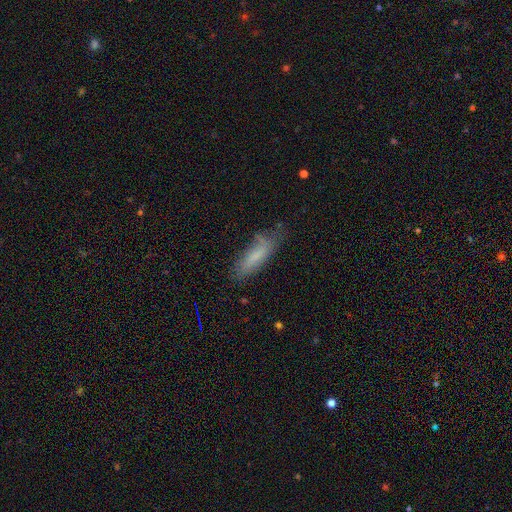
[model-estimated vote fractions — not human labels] Smooth or featured?
  - smooth: 68% *
  - featured or disk: 24%
  - star or artifact: 8%
How rounded?
  - cigar-shaped: 52% *
  - in between: 46%
  - round: 2%
Merging?
  - none: 58% *
  - minor disturbance: 30%
  - major disturbance: 10%
  - merger: 3%